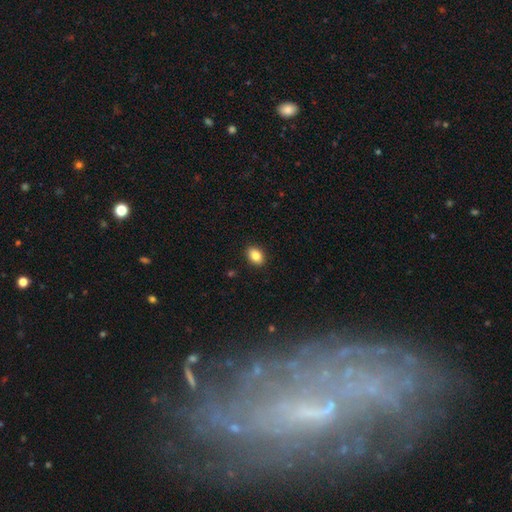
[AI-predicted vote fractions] Smooth or featured? Predicted: smooth (p=0.85). How rounded? Predicted: in between (p=0.82). Merging? Predicted: none (p=0.90).